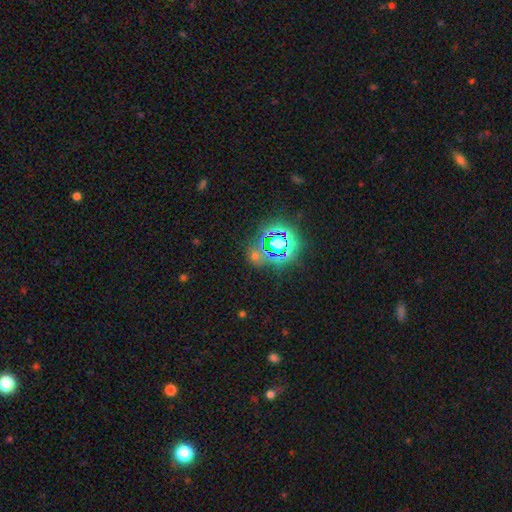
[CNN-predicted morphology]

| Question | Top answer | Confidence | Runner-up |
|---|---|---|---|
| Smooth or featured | star or artifact | 63% | smooth (28%) |